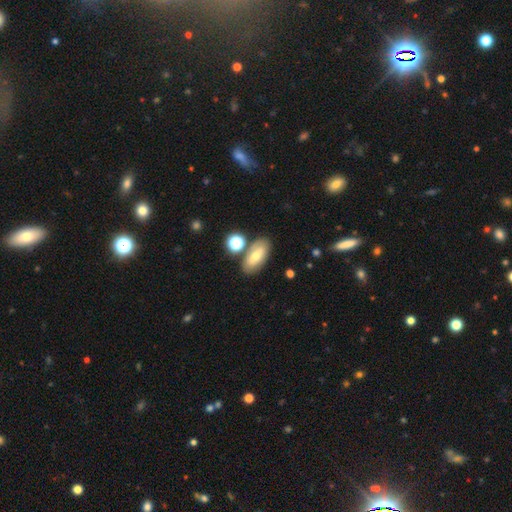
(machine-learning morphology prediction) Smooth or featured?
  - smooth: 62% *
  - featured or disk: 29%
  - star or artifact: 9%
How rounded?
  - in between: 87% *
  - cigar-shaped: 8%
  - round: 5%
Merging?
  - none: 73% *
  - minor disturbance: 13%
  - merger: 11%
  - major disturbance: 4%